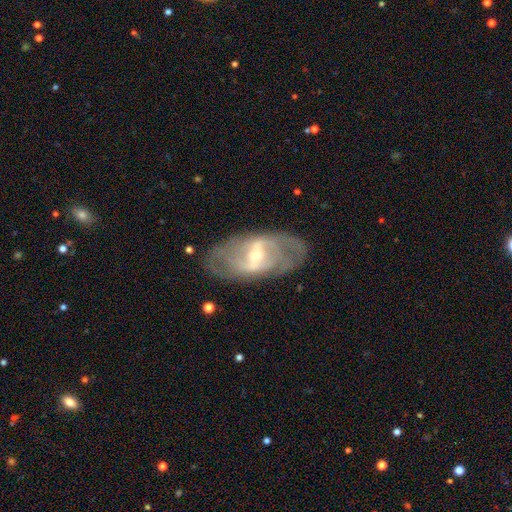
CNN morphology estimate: The model was most divided on "bar": strong: 44%, weak: 42%, no: 14%. Remaining: edge-on disk — no (92%); smooth or featured — featured or disk (79%); spiral arms — yes (78%); merging — none (77%); bulge size — small (54%); spiral arm count — 2 (53%); spiral winding — medium (41%).